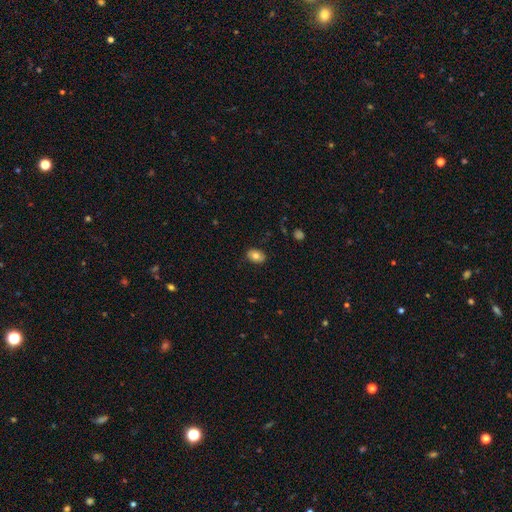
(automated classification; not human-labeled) A smooth galaxy with no disk features (80%) that is in between round and cigar-shaped (81%).

Vote fractions:
- Smooth or featured? smooth: 80% / featured or disk: 12% / star or artifact: 8%
- How rounded? in between: 81% / round: 18% / cigar-shaped: 1%
- Merging? none: 87% / minor disturbance: 10% / major disturbance: 2% / merger: 1%